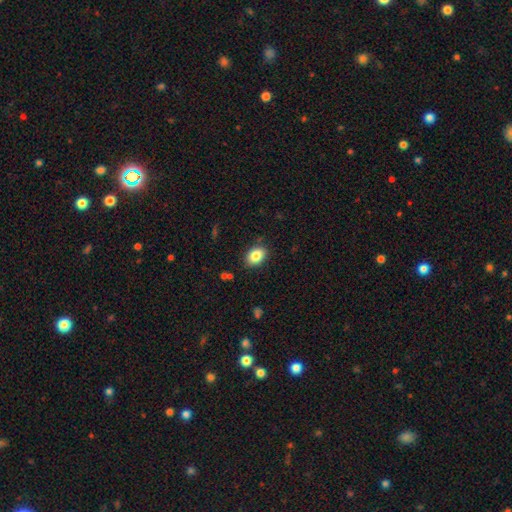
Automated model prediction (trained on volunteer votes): Overall: smooth (85%). How rounded: in between (77%). Merging: none (86%).